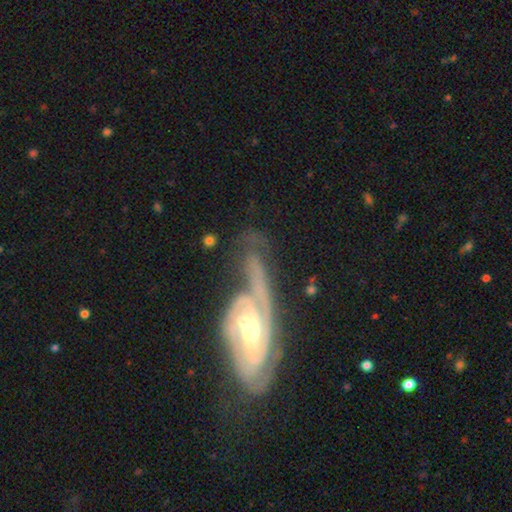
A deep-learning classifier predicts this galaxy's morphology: Smooth or featured? featured or disk (86%)
Edge-on disk? no (91%)
Bar? weak (40%)
Spiral arms? yes (94%)
Spiral winding? tight (61%)
Spiral arm count? 2 (48%)
Bulge size? moderate (53%)
Merging? none (53%)